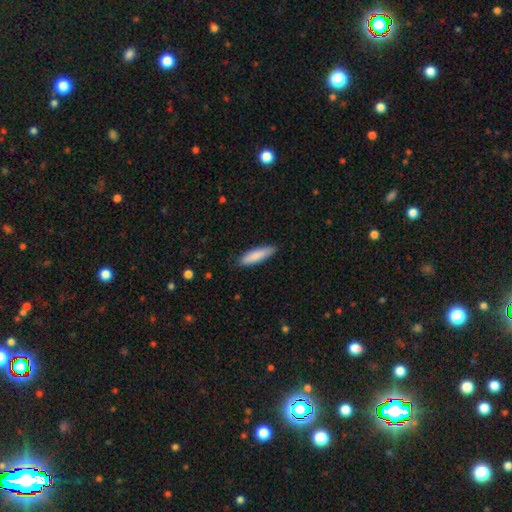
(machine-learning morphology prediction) This is clearly a smooth galaxy (86%). How rounded: likely cigar-shaped (69%). Merging: clearly none (85%).